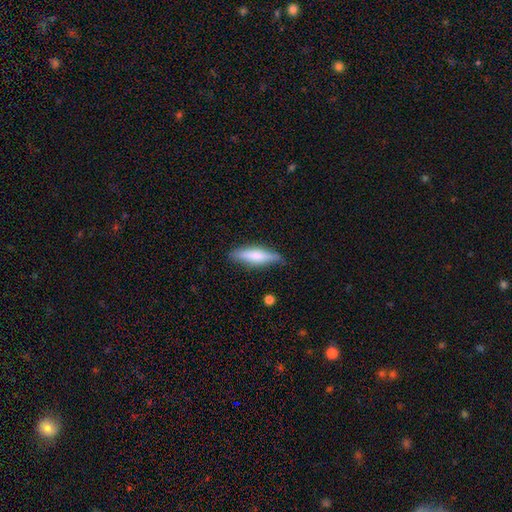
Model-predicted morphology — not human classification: smooth 62%, featured or disk 32%, star or artifact 6%. Down the decision tree: how rounded — cigar-shaped (70%); merging — none (81%).